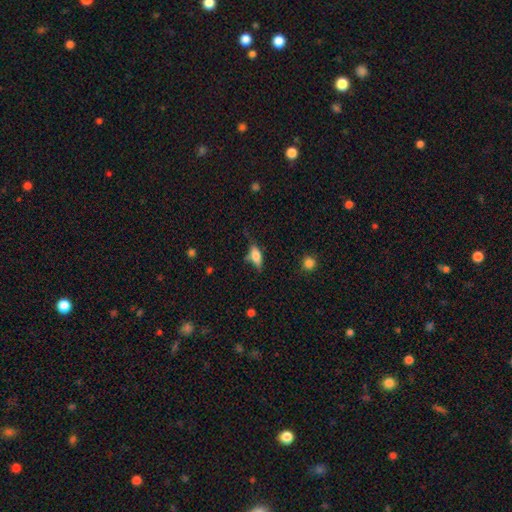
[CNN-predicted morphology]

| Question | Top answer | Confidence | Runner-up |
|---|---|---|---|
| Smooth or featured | smooth | 64% | featured or disk (28%) |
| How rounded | in between | 73% | cigar-shaped (23%) |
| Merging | none | 58% | minor disturbance (28%) |